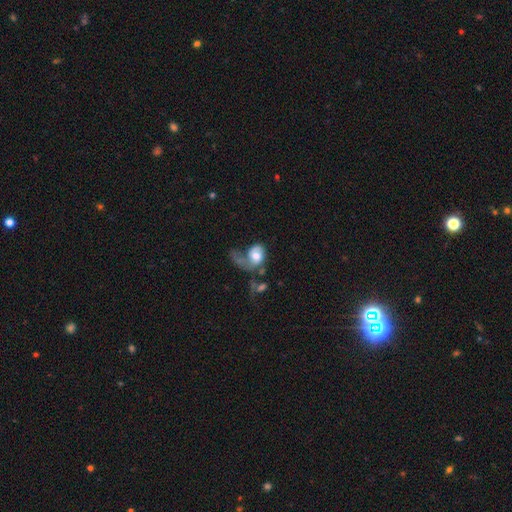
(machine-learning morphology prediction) type=smooth (50%); roundness=in between (62%); merging=major disturbance (54%).